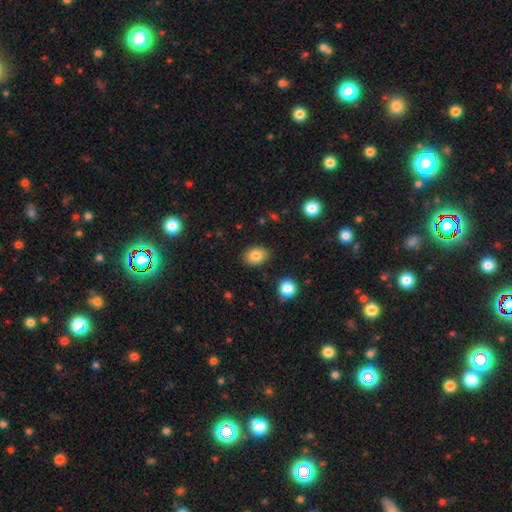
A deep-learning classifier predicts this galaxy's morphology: The model was most divided on "how rounded": in between: 63%, round: 36%, cigar-shaped: 1%. More confident: merging — none (86%); smooth or featured — smooth (83%).